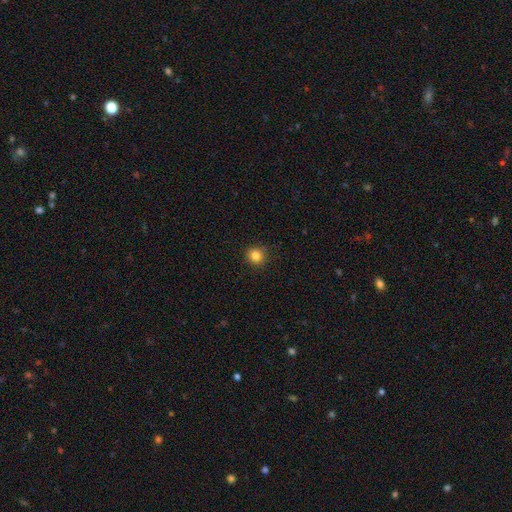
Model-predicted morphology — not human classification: smooth-or-featured: smooth: 84% | star or artifact: 12% | featured or disk: 5%
  how-rounded: round: 90% | in between: 9% | cigar-shaped: 1%
  merging: none: 89% | minor disturbance: 7% | major disturbance: 2% | merger: 1%